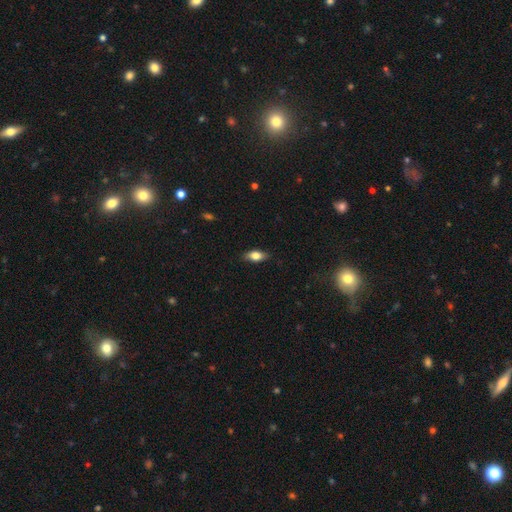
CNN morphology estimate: This appears to be a smooth galaxy with no disk features (74%) that is in between round and cigar-shaped (84%). Merging: none (83%).